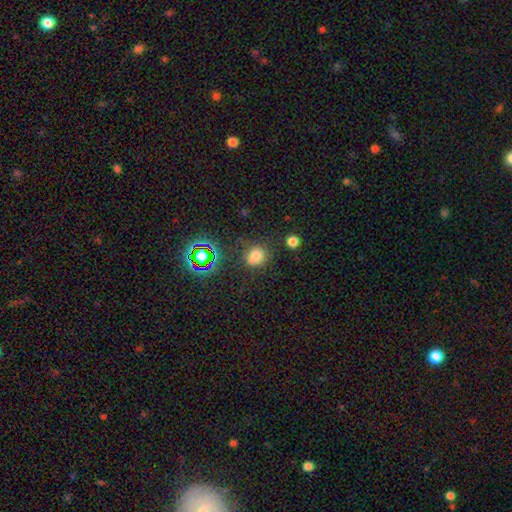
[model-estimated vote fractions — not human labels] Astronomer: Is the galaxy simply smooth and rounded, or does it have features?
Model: smooth — 70%.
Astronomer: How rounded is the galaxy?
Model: round — 78%.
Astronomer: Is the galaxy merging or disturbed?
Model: none — 70%.